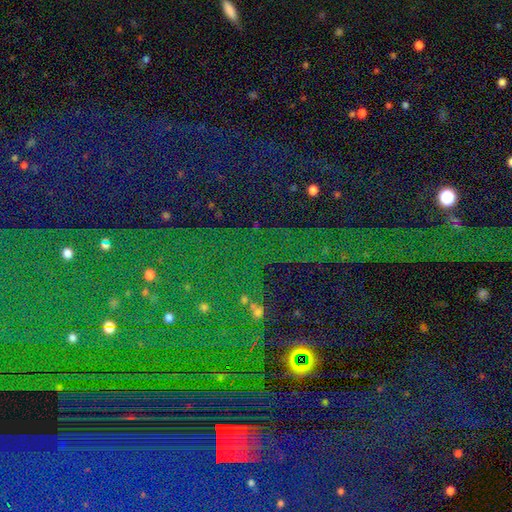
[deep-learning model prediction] The model was most divided on "smooth or featured": star or artifact: 85%, smooth: 8%, featured or disk: 8%.